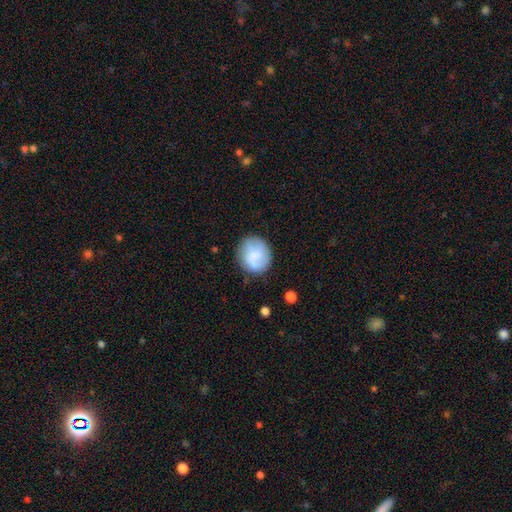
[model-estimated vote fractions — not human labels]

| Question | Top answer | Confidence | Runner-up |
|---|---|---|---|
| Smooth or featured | smooth | 64% | featured or disk (28%) |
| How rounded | round | 84% | in between (15%) |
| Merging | none | 75% | minor disturbance (16%) |